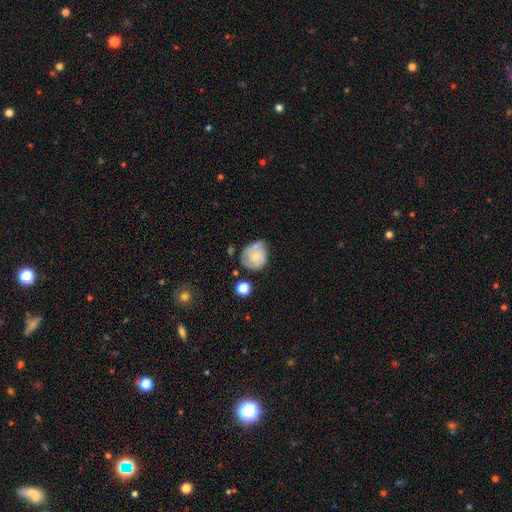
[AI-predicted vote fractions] Q: Smooth or featured?
A: smooth (52%); runner-up: featured or disk (40%)
Q: How rounded?
A: round (70%); runner-up: in between (29%)
Q: Merging?
A: none (46%); runner-up: minor disturbance (36%)